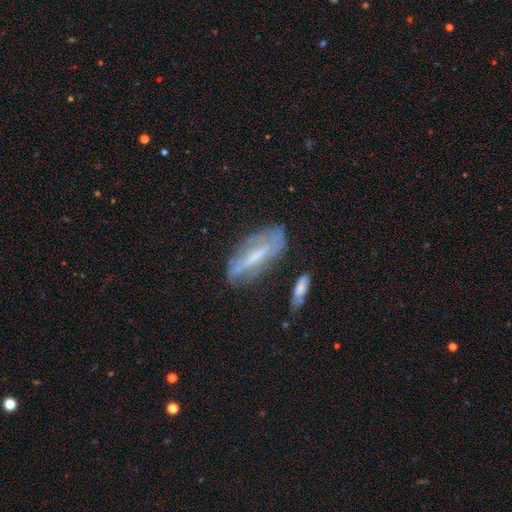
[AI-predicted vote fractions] Overall: featured or disk (59%; smooth 32%). Edge-on disk: no (68%; yes 32%). Merging: none (61%; minor disturbance 23%).